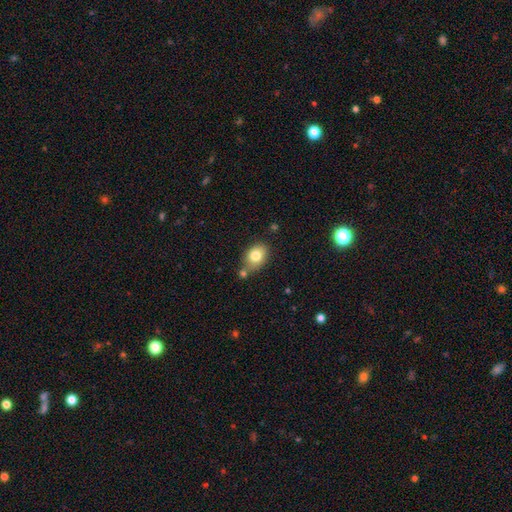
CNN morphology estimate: Smooth or featured?
  - smooth: 80% *
  - featured or disk: 11%
  - star or artifact: 9%
How rounded?
  - in between: 71% *
  - round: 28%
  - cigar-shaped: 1%
Merging?
  - none: 63% *
  - minor disturbance: 18%
  - merger: 14%
  - major disturbance: 4%